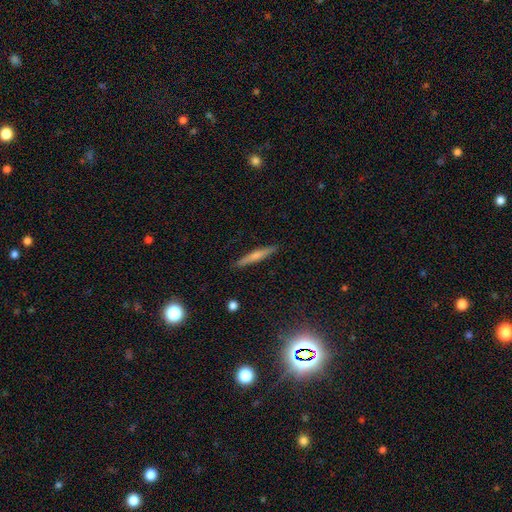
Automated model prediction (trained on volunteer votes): Q: Smooth or featured?
A: smooth (54%); runner-up: featured or disk (39%)
Q: How rounded?
A: cigar-shaped (94%); runner-up: in between (4%)
Q: Merging?
A: none (90%); runner-up: minor disturbance (7%)